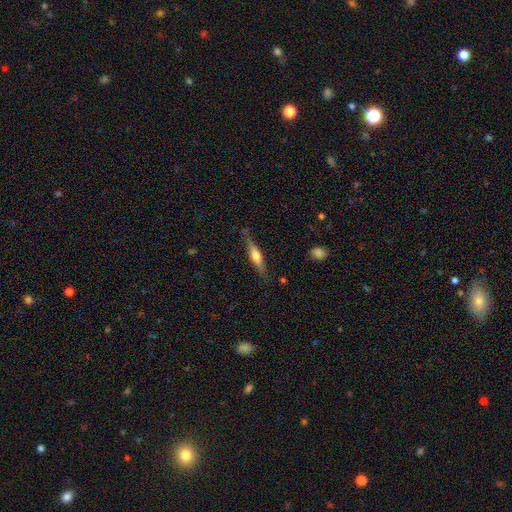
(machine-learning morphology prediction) smooth-or-featured: featured or disk: 51% | smooth: 43% | star or artifact: 6%
  disk-edge-on: yes: 93% | no: 7%
  merging: none: 78% | minor disturbance: 17% | major disturbance: 4% | merger: 2%